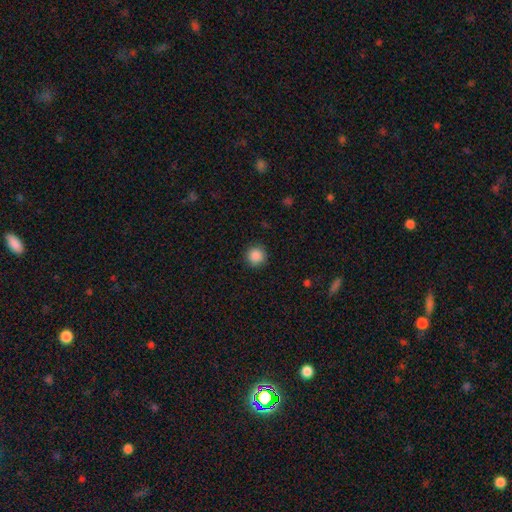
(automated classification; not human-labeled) smooth 88%, star or artifact 10%, featured or disk 3%. Down the decision tree: how rounded — round (95%); merging — none (91%).